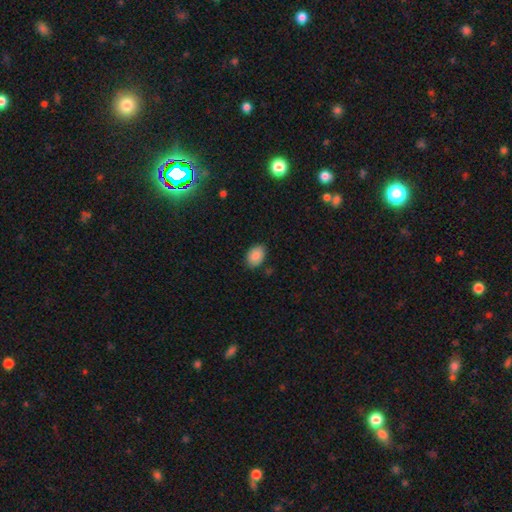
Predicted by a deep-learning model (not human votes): This is clearly a smooth galaxy (88%). How rounded: clearly in between (83%). Merging: clearly none (84%).